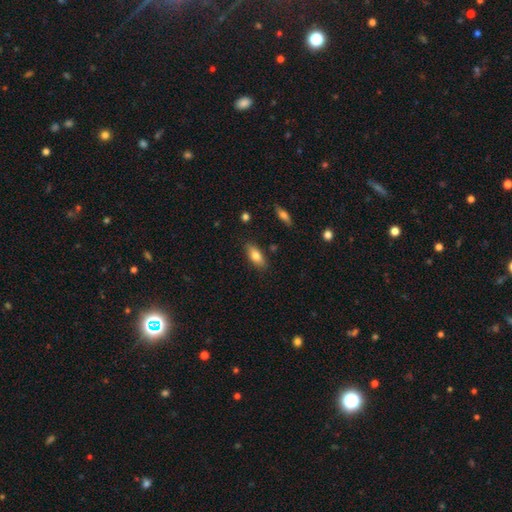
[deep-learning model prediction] This appears to be a smooth galaxy with no disk features (78%) that is in between round and cigar-shaped (82%). Merging: none (84%).